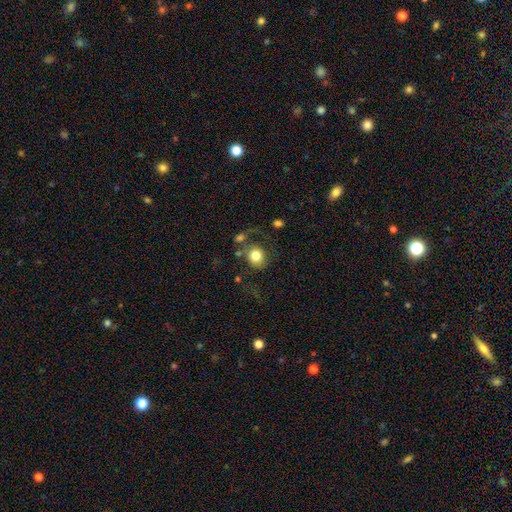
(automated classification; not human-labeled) Morphology: type=smooth (74%); roundness=round (81%); merging=none (52%).